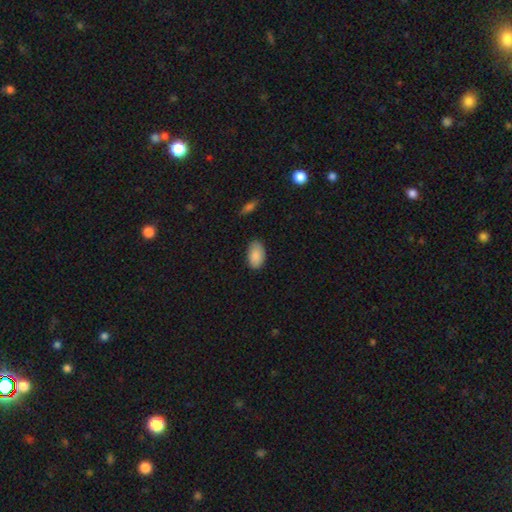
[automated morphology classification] A smooth galaxy with no disk features (88%) that is in between round and cigar-shaped (94%).

Vote fractions:
- Smooth or featured? smooth: 88% / star or artifact: 7% / featured or disk: 5%
- How rounded? in between: 94% / round: 5% / cigar-shaped: 1%
- Merging? none: 83% / minor disturbance: 13% / major disturbance: 2% / merger: 1%